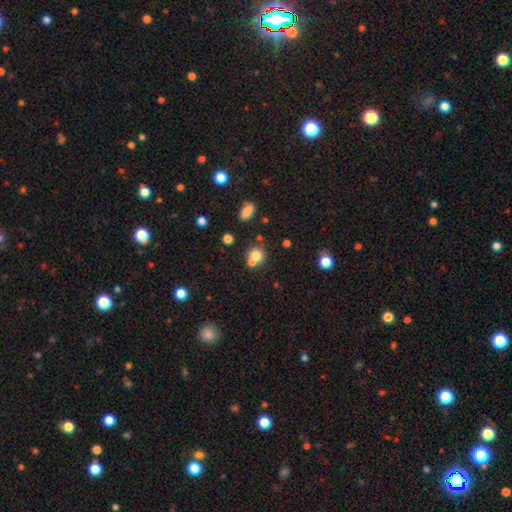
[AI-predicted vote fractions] A smooth galaxy with no disk features (73%) that is round (82%).

Vote fractions:
- Smooth or featured? smooth: 73% / star or artifact: 14% / featured or disk: 13%
- How rounded? round: 82% / in between: 17% / cigar-shaped: 1%
- Merging? none: 48% / merger: 41% / minor disturbance: 8% / major disturbance: 3%